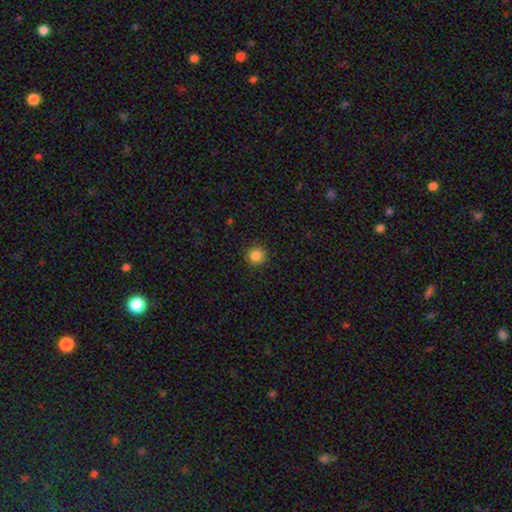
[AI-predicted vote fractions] The model was most divided on "smooth or featured": smooth: 86%, star or artifact: 11%, featured or disk: 3%. More confident: how rounded — round (94%); merging — none (91%).